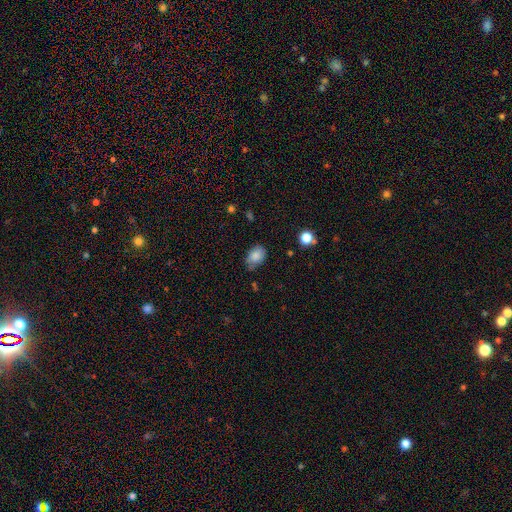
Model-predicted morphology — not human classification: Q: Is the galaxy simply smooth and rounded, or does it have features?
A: smooth — 84%.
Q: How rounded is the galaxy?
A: in between — 76%.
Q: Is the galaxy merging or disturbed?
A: none — 63%.